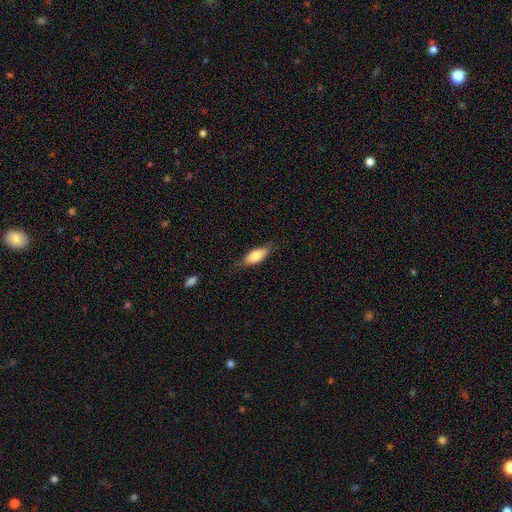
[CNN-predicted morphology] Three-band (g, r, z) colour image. It shows a smooth galaxy with no disk features (77%) that is in between round and cigar-shaped (78%). Merging: none (76%).